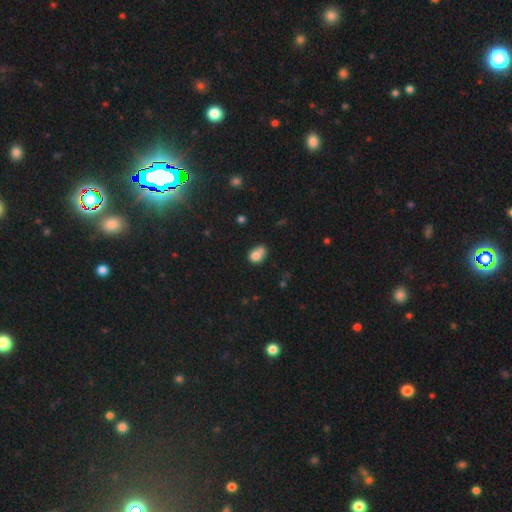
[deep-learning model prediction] smooth_or_featured: smooth (p=0.75) [alt: featured or disk p=0.14]
how_rounded: round (p=0.50) [alt: in between p=0.49]
merging: merger (p=0.46) [alt: none p=0.32]